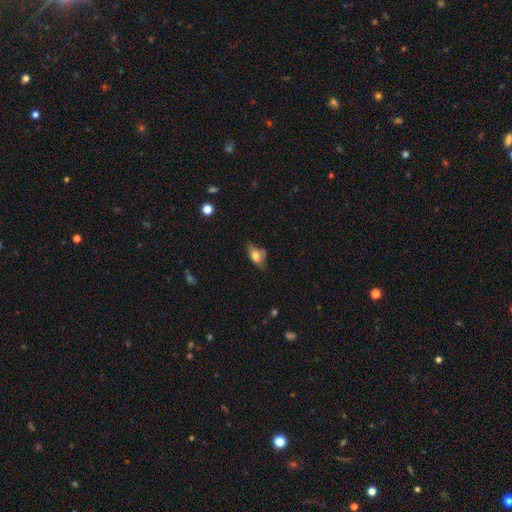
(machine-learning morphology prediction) Smooth or featured? Predicted: smooth (p=0.61). How rounded? Predicted: in between (p=0.82). Merging? Predicted: none (p=0.46).